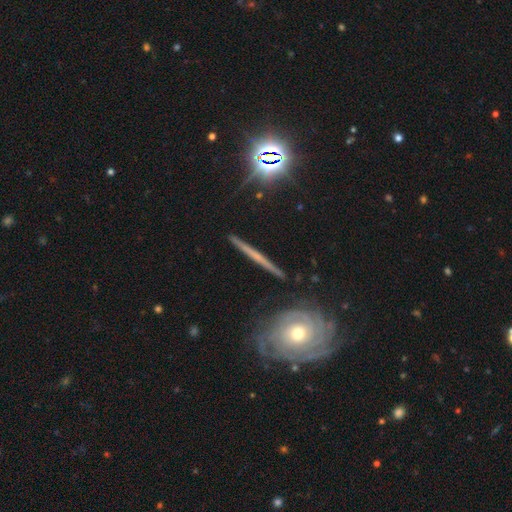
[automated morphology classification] This is likely a featured or disk galaxy (68%). It is clearly viewed edge-on (92%). Edge-on bulge: likely none (70%). Merging: clearly none (87%).